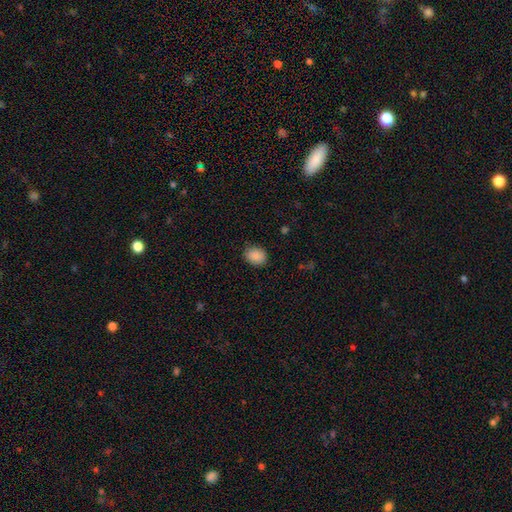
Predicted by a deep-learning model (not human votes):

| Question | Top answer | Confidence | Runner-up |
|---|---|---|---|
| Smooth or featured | smooth | 89% | star or artifact (8%) |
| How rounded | in between | 53% | round (47%) |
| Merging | none | 85% | minor disturbance (11%) |